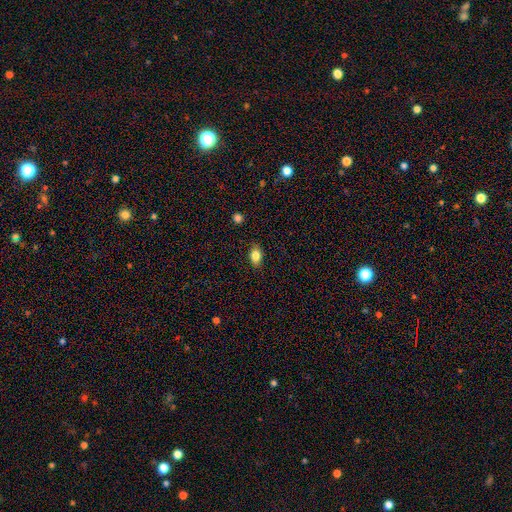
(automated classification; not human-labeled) This appears to be a smooth galaxy with no disk features (83%) that is in between round and cigar-shaped (82%). Merging: none (86%).